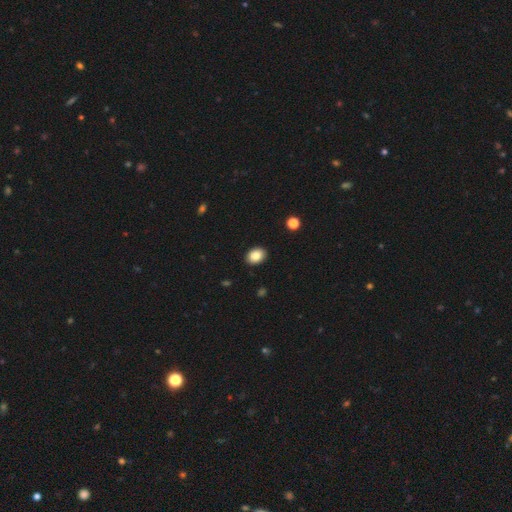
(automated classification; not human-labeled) This is clearly a smooth galaxy (85%). How rounded: likely in between (64%). Merging: clearly none (90%).